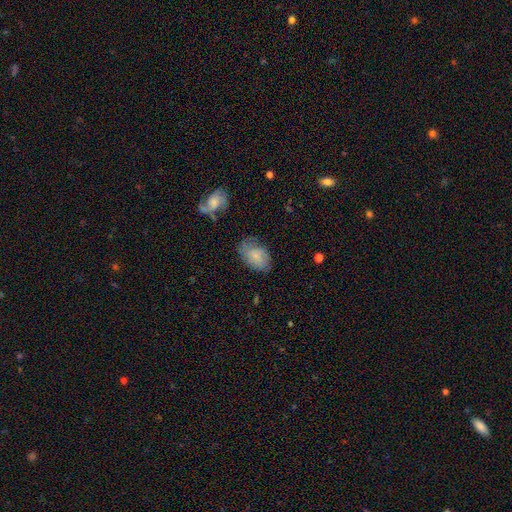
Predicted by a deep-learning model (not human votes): A smooth galaxy with no disk features (71%) that is in between round and cigar-shaped (86%).

Vote fractions:
- Smooth or featured? smooth: 71% / featured or disk: 21% / star or artifact: 8%
- How rounded? in between: 86% / round: 13% / cigar-shaped: 1%
- Merging? none: 56% / minor disturbance: 30% / major disturbance: 12% / merger: 3%